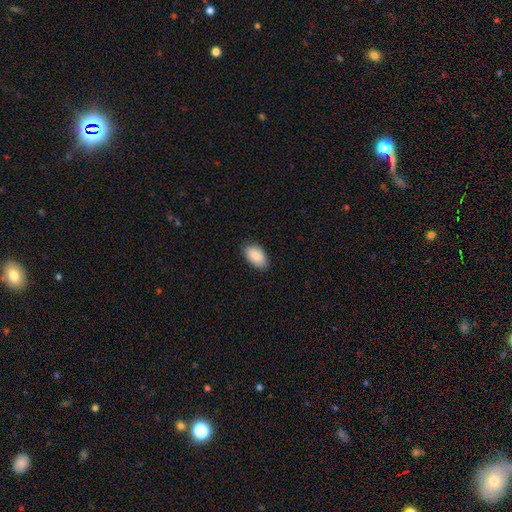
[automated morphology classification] Smooth or featured: smooth — 87% (featured or disk — 7%)
How rounded: in between — 94% (round — 5%)
Merging: none — 85% (minor disturbance — 12%)